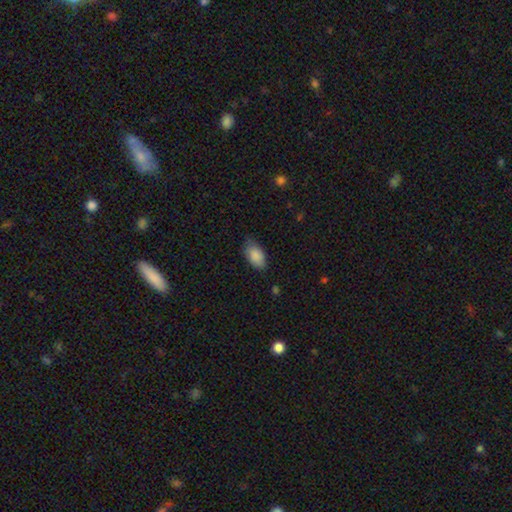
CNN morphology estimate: type=smooth (87%); roundness=in between (93%); merging=none (66%).